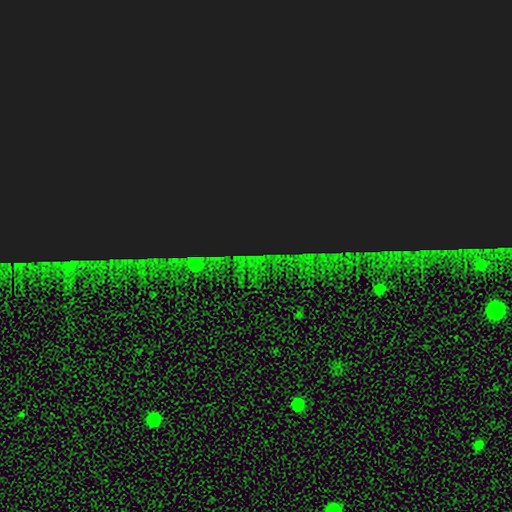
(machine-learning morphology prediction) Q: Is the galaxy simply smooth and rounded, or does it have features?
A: star or artifact — 85%.